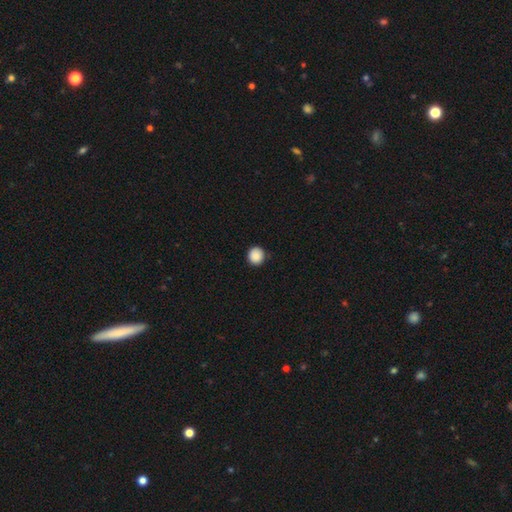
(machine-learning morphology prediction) A smooth galaxy with no disk features (88%) that is round (93%).

Vote fractions:
- Smooth or featured? smooth: 88% / star or artifact: 9% / featured or disk: 3%
- How rounded? round: 93% / in between: 6% / cigar-shaped: 1%
- Merging? none: 89% / minor disturbance: 8% / major disturbance: 2% / merger: 1%